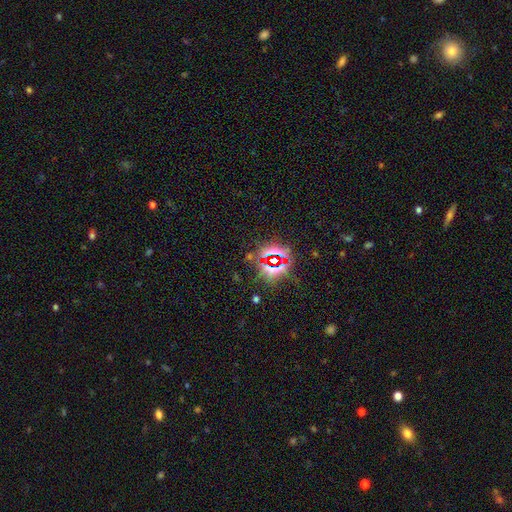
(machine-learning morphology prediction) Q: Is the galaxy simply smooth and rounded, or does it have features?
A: star or artifact — 82%.